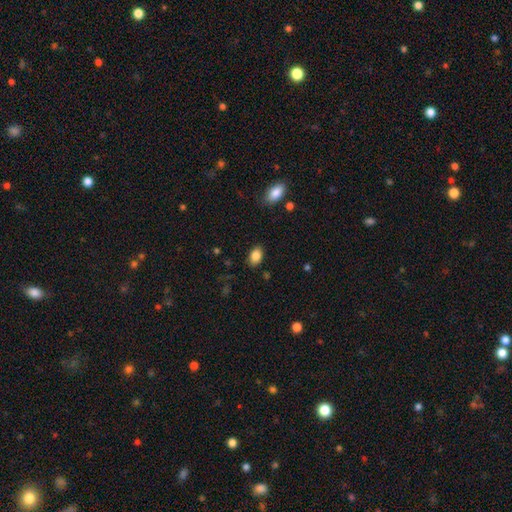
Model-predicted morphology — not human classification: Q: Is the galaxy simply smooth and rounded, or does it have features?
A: smooth — 85%.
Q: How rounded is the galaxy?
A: in between — 85%.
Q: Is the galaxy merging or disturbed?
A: none — 85%.